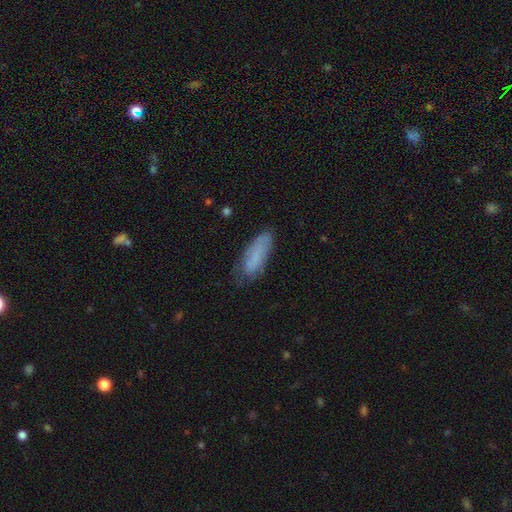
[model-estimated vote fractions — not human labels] smooth-or-featured: smooth: 75% | featured or disk: 17% | star or artifact: 8%
  how-rounded: in between: 62% | cigar-shaped: 36% | round: 2%
  merging: none: 62% | minor disturbance: 28% | major disturbance: 8% | merger: 2%